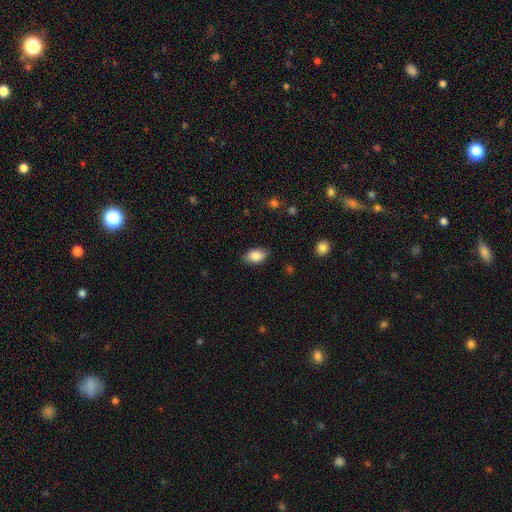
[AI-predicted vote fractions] The model was most divided on "merging": none: 85%, minor disturbance: 12%, major disturbance: 3%, merger: 1%. More confident: how rounded — in between (91%); smooth or featured — smooth (87%).